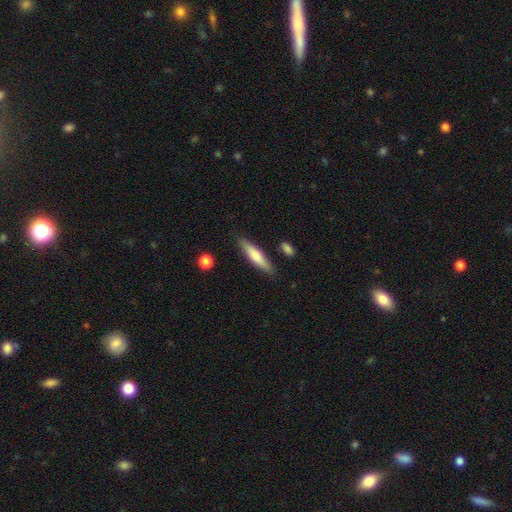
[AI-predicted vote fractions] Morphology: type=smooth (66%); roundness=cigar-shaped (79%); merging=none (85%).